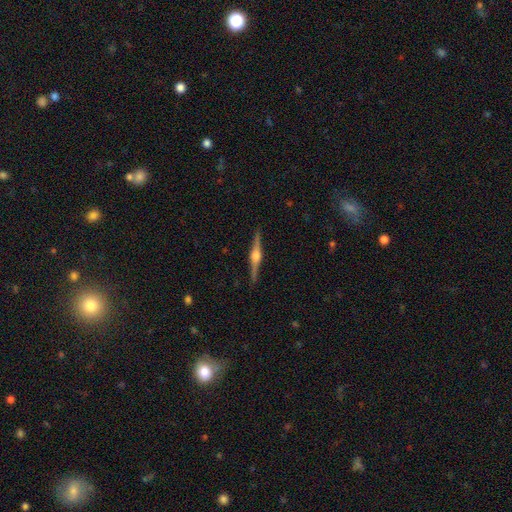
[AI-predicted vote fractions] This is clearly a featured or disk galaxy (83%). It is clearly viewed edge-on (98%). Edge-on bulge: clearly rounded (91%). Merging: clearly none (91%).